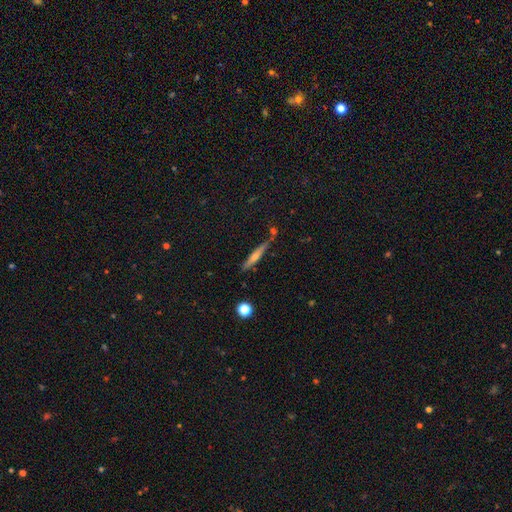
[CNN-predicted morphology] Smooth or featured? Predicted: featured or disk (p=0.52). Edge-on disk? Predicted: yes (p=0.96). Edge-on bulge? Predicted: rounded (p=0.65). Merging? Predicted: none (p=0.80).